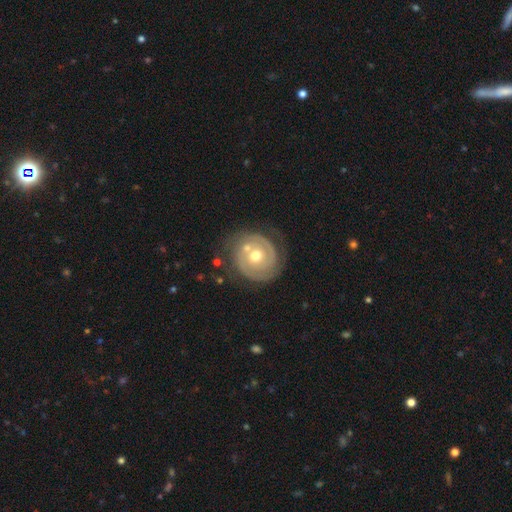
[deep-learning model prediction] Smooth or featured?
  - featured or disk: 82% *
  - smooth: 13%
  - star or artifact: 5%
Edge-on disk?
  - no: 98% *
  - yes: 2%
Bar?
  - no: 76% *
  - weak: 20%
  - strong: 5%
Spiral arms?
  - yes: 91% *
  - no: 9%
Spiral winding?
  - tight: 74% *
  - medium: 20%
  - loose: 6%
Spiral arm count?
  - 2: 63% *
  - can't tell: 15%
  - 1: 9%
  - 3: 8%
  - 4: 2%
  - more than 4: 2%
Bulge size?
  - moderate: 73% *
  - small: 22%
  - large: 3%
  - none: 1%
  - dominant: 1%
Merging?
  - none: 67% *
  - minor disturbance: 15%
  - merger: 10%
  - major disturbance: 7%